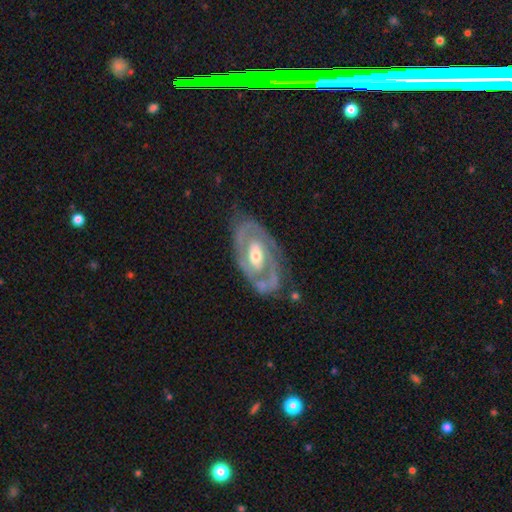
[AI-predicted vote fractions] This appears to be a featured or disk galaxy (85%) with no bar (47%), 2 (72%) tight (56%) spiral arms (82%) and a moderate central bulge (63%). Merging: none (72%).